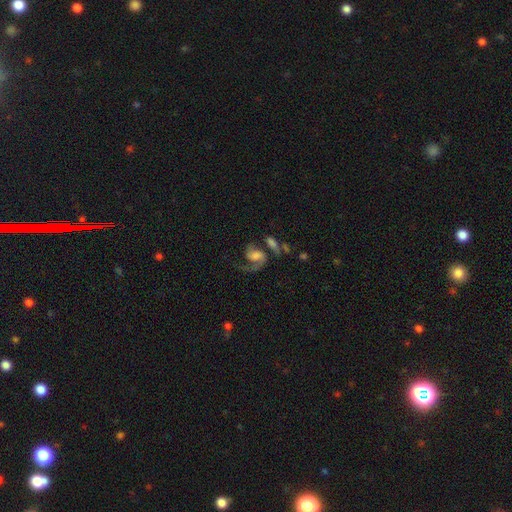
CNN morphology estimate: This is likely a featured or disk galaxy (77%). It is clearly not viewed edge-on (98%). Bar: possibly no (54%). Spiral arm pattern: clearly yes (94%). Spiral arm count: possibly 2 (54%). Spiral winding: possibly medium (45%). Central bulge: marginally moderate (30%). Merging: marginally none (38%).